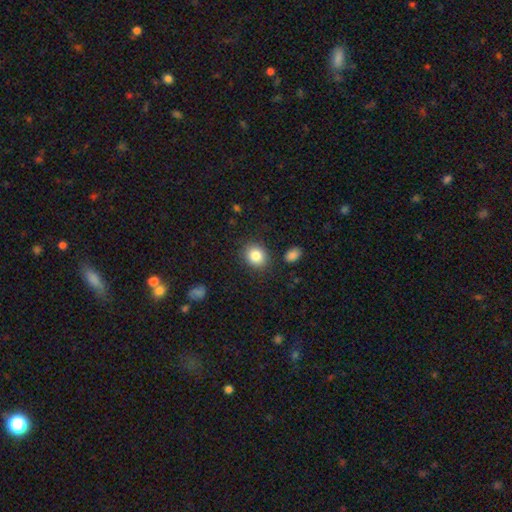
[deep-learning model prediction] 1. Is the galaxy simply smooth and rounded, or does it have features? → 85% smooth, 9% star or artifact, 6% featured or disk.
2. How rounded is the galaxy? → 66% round, 33% in between, 1% cigar-shaped.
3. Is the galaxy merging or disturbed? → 86% none, 9% minor disturbance, 3% merger, 3% major disturbance.